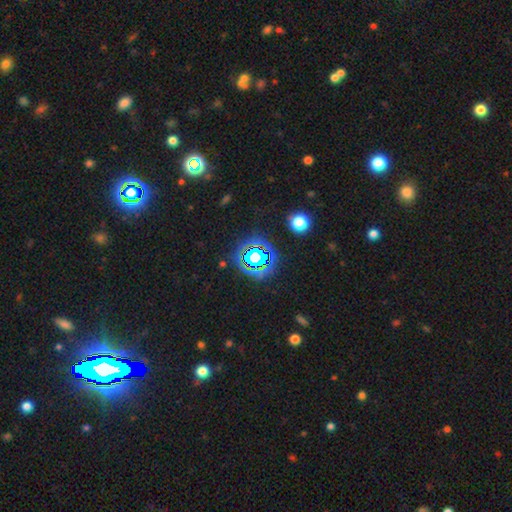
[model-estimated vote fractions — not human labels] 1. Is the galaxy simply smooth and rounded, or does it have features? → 73% star or artifact, 17% smooth, 10% featured or disk.